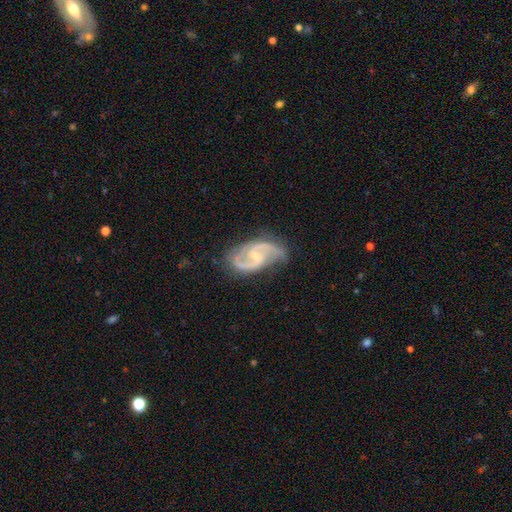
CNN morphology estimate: smooth_or_featured: featured or disk (p=0.91) [alt: star or artifact p=0.05]
disk_edge_on: no (p=0.98) [alt: yes p=0.02]
bar: weak (p=0.48) [alt: no p=0.38]
has_spiral_arms: yes (p=0.98) [alt: no p=0.02]
spiral_winding: medium (p=0.58) [alt: tight p=0.21]
spiral_arm_count: 2 (p=0.91) [alt: 3 p=0.03]
bulge_size: small (p=0.65) [alt: moderate p=0.27]
merging: none (p=0.75) [alt: minor disturbance p=0.18]